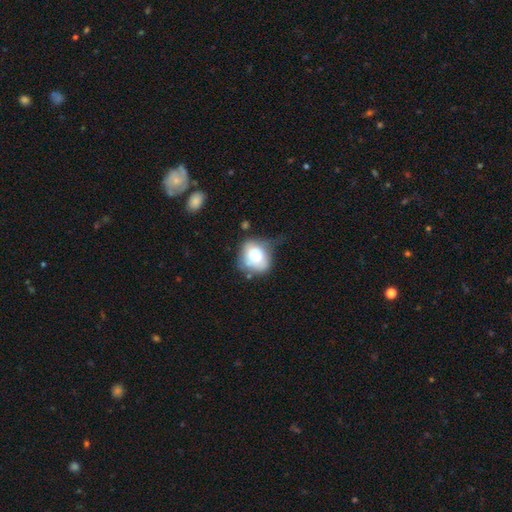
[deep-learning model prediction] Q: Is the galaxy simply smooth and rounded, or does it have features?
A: smooth — 69%.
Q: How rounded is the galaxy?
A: round — 64%.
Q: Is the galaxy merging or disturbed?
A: none — 42%.